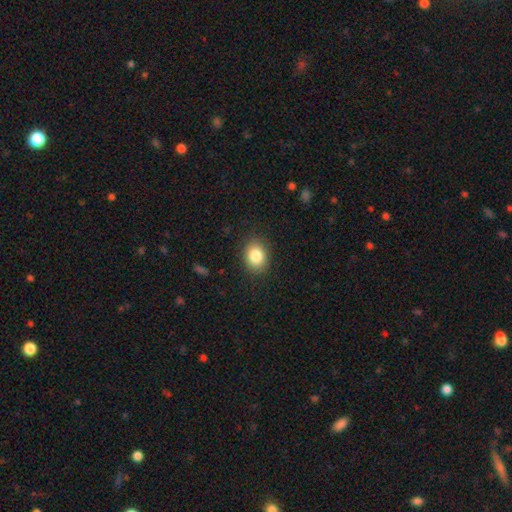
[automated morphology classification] This appears to be a smooth galaxy with no disk features (84%) that is in between round and cigar-shaped (55%). Merging: none (88%).